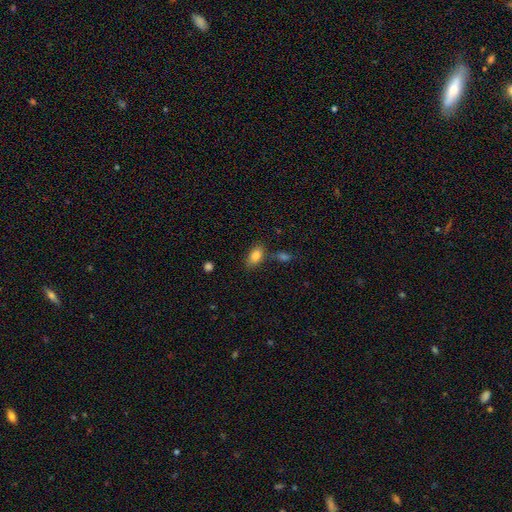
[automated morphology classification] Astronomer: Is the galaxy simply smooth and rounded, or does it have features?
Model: smooth — 85%.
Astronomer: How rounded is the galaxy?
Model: in between — 90%.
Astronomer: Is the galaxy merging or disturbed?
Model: none — 72%.